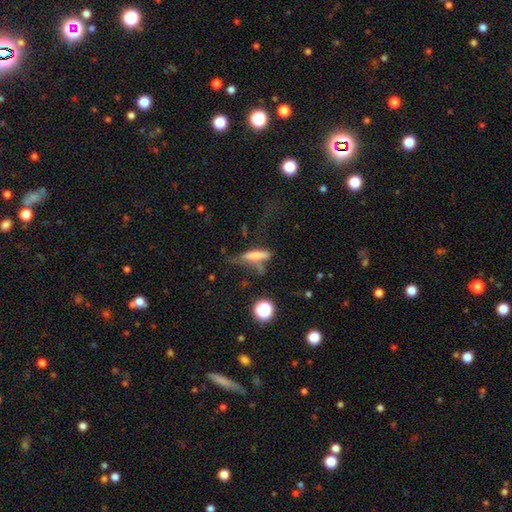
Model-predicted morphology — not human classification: A smooth galaxy with no disk features (61%) that is cigar-shaped (71%). Merging: none (34%).